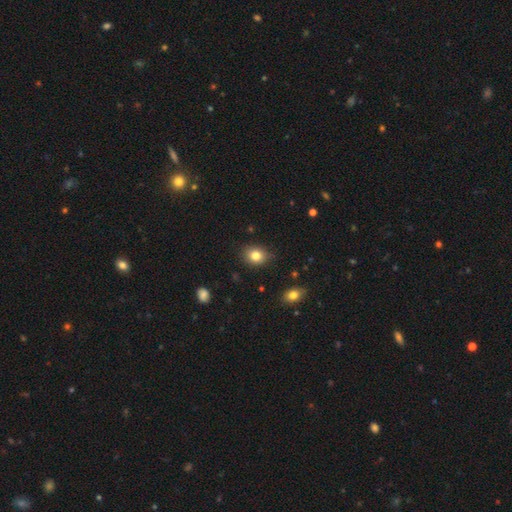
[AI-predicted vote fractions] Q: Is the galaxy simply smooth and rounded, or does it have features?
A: smooth — 82%.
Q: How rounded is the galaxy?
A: round — 53%.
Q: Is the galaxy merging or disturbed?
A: none — 83%.